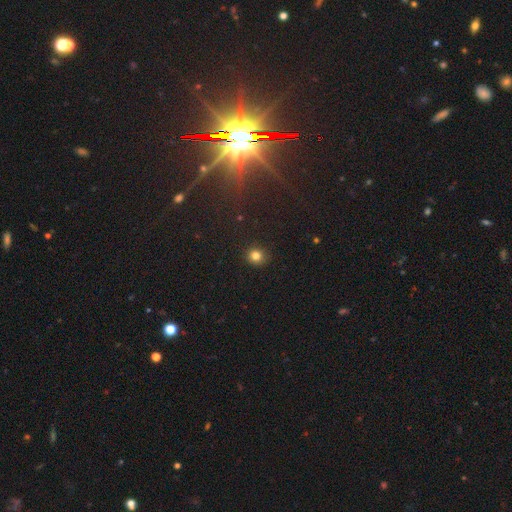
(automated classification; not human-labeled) Overall: smooth (81%). How rounded: round (87%). Merging: none (91%).